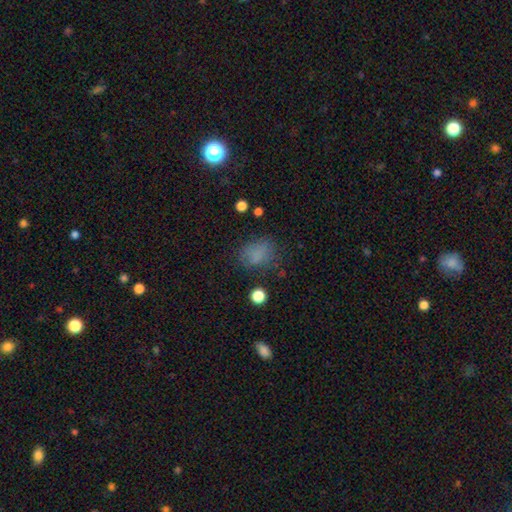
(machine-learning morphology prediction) Q: Smooth or featured?
A: smooth (75%); runner-up: star or artifact (16%)
Q: How rounded?
A: in between (60%); runner-up: round (39%)
Q: Merging?
A: none (67%); runner-up: minor disturbance (20%)